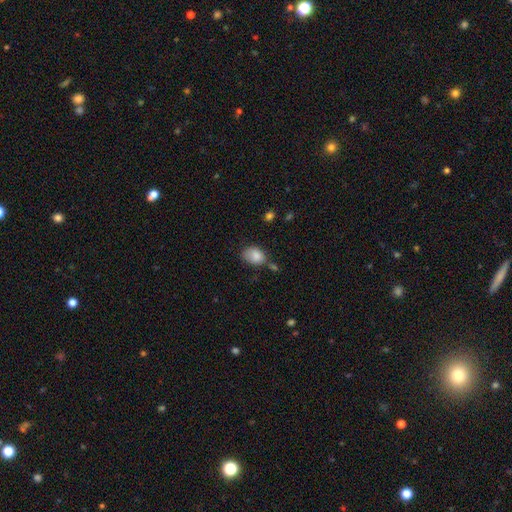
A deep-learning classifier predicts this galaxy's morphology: Smooth or featured?
  - smooth: 84% *
  - star or artifact: 9%
  - featured or disk: 8%
How rounded?
  - in between: 72% *
  - round: 27%
  - cigar-shaped: 1%
Merging?
  - none: 45% *
  - minor disturbance: 34%
  - major disturbance: 11%
  - merger: 9%